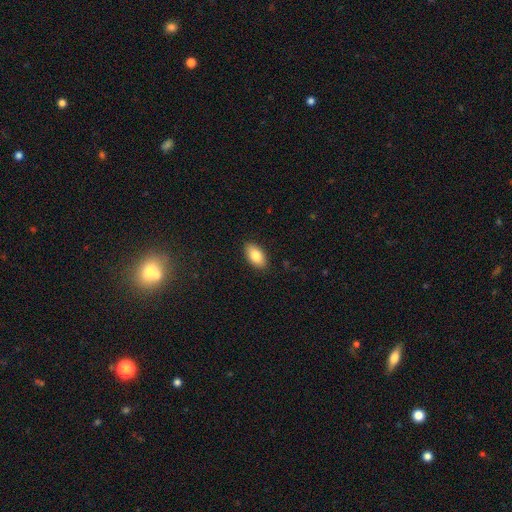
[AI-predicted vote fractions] This is clearly a smooth galaxy (83%). How rounded: clearly in between (93%). Merging: clearly none (88%).